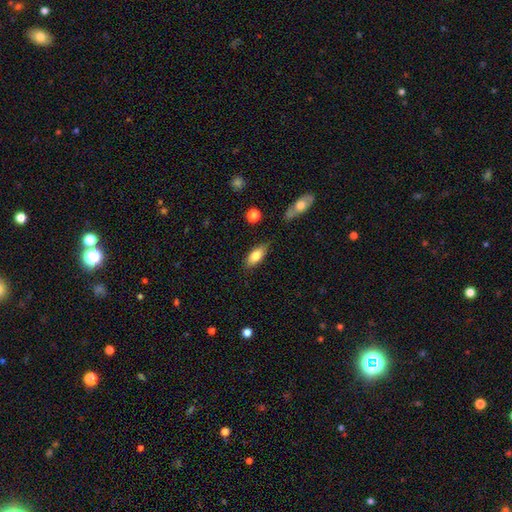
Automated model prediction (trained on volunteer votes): Smooth or featured? Predicted: smooth (p=0.76). How rounded? Predicted: in between (p=0.82). Merging? Predicted: none (p=0.79).